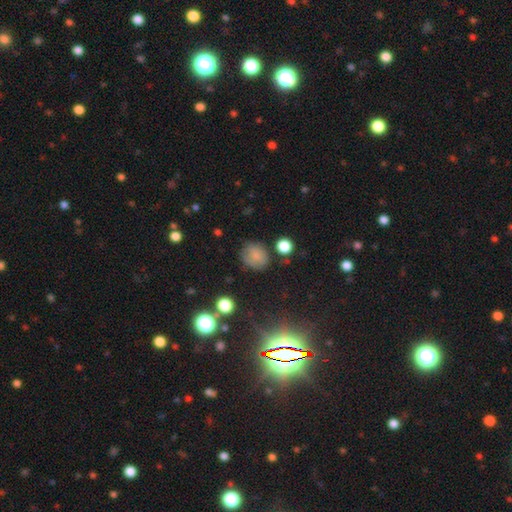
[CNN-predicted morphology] smooth_or_featured: smooth (p=0.77) [alt: star or artifact p=0.13]
how_rounded: round (p=0.74) [alt: in between p=0.24]
merging: none (p=0.72) [alt: minor disturbance p=0.19]